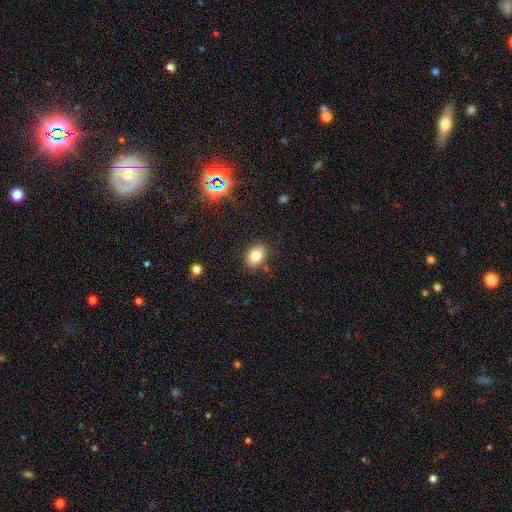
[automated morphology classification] A smooth galaxy with no disk features (82%) that is in between round and cigar-shaped (82%).

Vote fractions:
- Smooth or featured? smooth: 82% / star or artifact: 10% / featured or disk: 8%
- How rounded? in between: 82% / round: 17% / cigar-shaped: 1%
- Merging? none: 84% / minor disturbance: 11% / major disturbance: 3% / merger: 2%